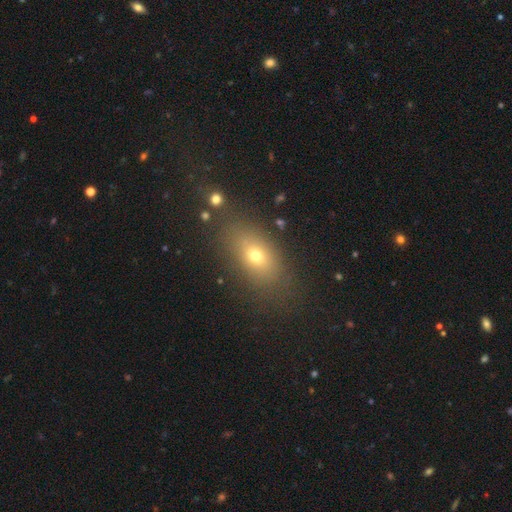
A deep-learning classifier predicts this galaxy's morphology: smooth 66%, featured or disk 17%, star or artifact 17%. Down the decision tree: how rounded — in between (77%); merging — none (79%).